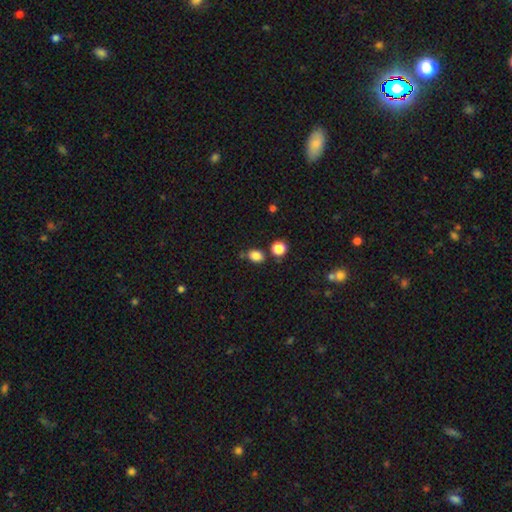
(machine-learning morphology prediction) Smooth or featured?
  - smooth: 84% *
  - star or artifact: 12%
  - featured or disk: 4%
How rounded?
  - in between: 61% *
  - round: 38%
  - cigar-shaped: 1%
Merging?
  - none: 72% *
  - minor disturbance: 13%
  - merger: 11%
  - major disturbance: 4%